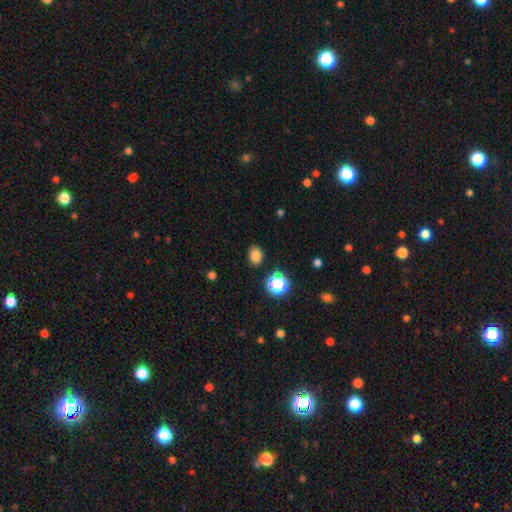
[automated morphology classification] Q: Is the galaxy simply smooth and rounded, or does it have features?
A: smooth — 81%.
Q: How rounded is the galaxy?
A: in between — 55%.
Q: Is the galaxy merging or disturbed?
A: none — 86%.